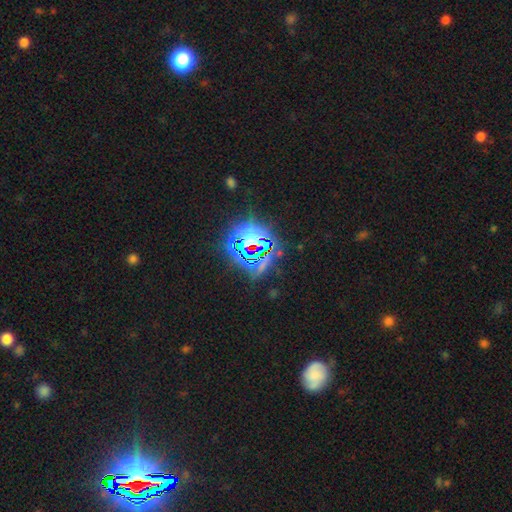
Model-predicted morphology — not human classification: Smooth or featured?
  - star or artifact: 78% *
  - smooth: 12%
  - featured or disk: 10%